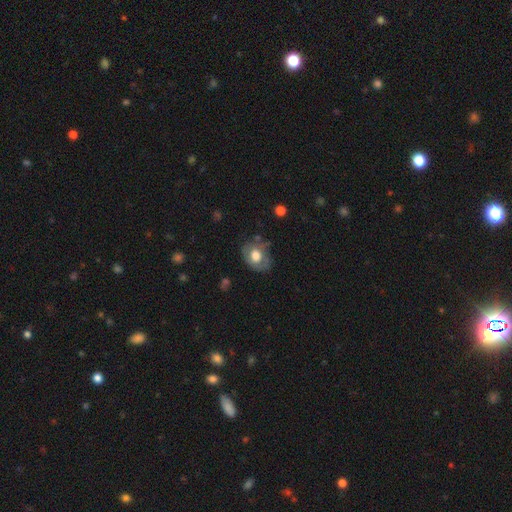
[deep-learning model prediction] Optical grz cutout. It shows a smooth galaxy with no disk features (60%) that is in between round and cigar-shaped (54%). Merging: none (68%).